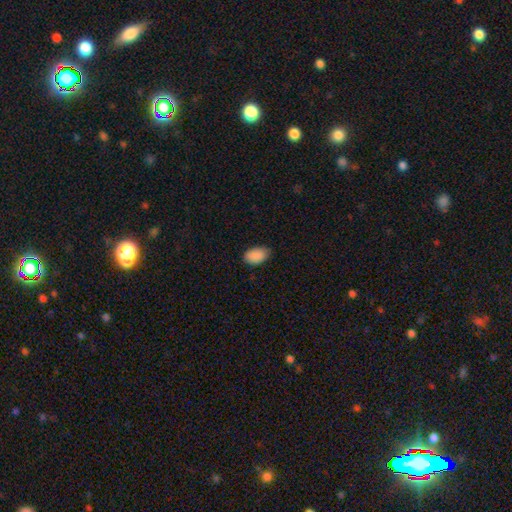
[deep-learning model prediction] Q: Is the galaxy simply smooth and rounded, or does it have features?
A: smooth — 90%.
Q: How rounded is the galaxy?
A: in between — 92%.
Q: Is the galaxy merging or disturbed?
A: none — 79%.